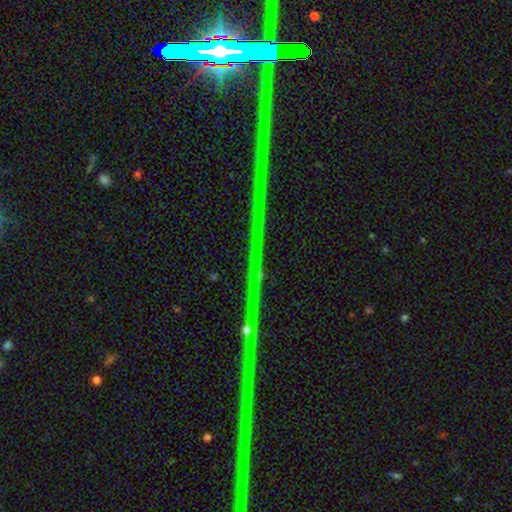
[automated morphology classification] A star or artifact, not a galaxy (85%).